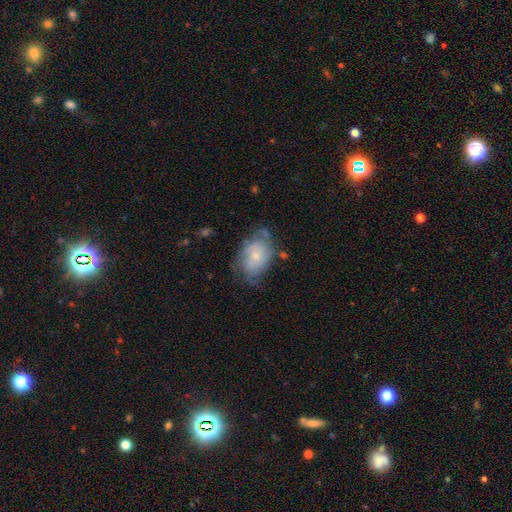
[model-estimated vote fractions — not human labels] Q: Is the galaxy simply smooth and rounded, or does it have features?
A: featured or disk — 51%.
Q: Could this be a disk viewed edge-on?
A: no — 96%.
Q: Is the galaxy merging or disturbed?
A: none — 50%.